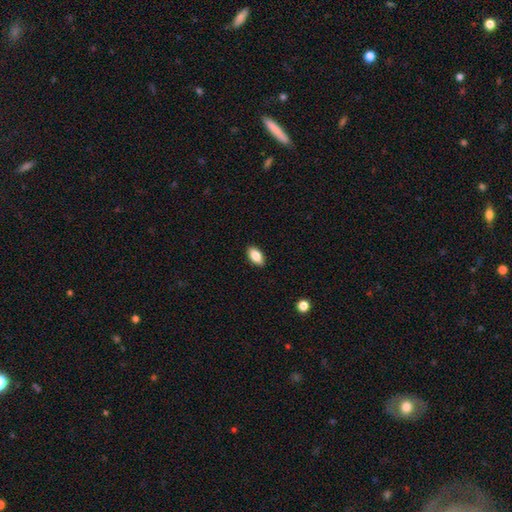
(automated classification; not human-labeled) Overall: smooth (82%). How rounded: in between (90%). Merging: none (89%).